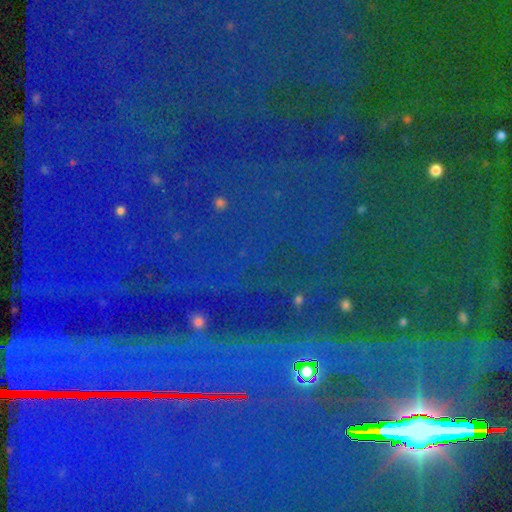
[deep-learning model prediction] smooth-or-featured: star or artifact: 85% | smooth: 8% | featured or disk: 7%